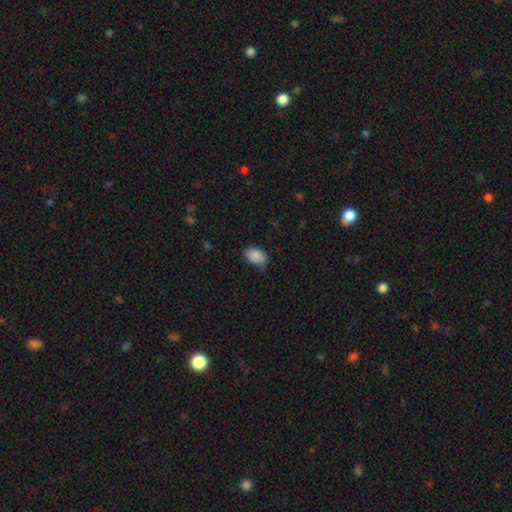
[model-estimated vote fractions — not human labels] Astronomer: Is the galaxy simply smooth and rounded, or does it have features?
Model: smooth — 88%.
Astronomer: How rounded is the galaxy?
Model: in between — 90%.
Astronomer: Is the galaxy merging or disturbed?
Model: none — 75%.